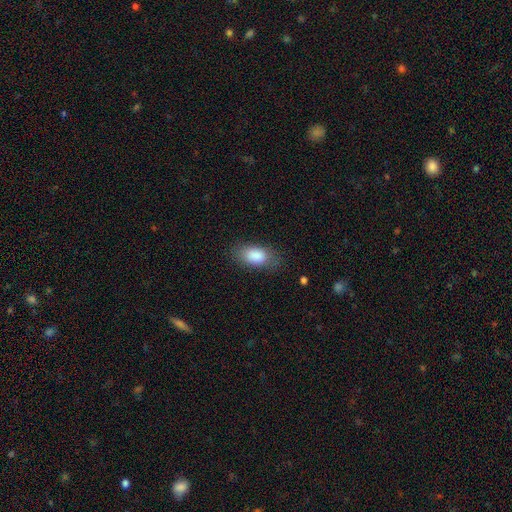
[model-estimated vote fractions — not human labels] This is clearly a smooth galaxy (87%). How rounded: clearly in between (91%). Merging: likely none (78%).